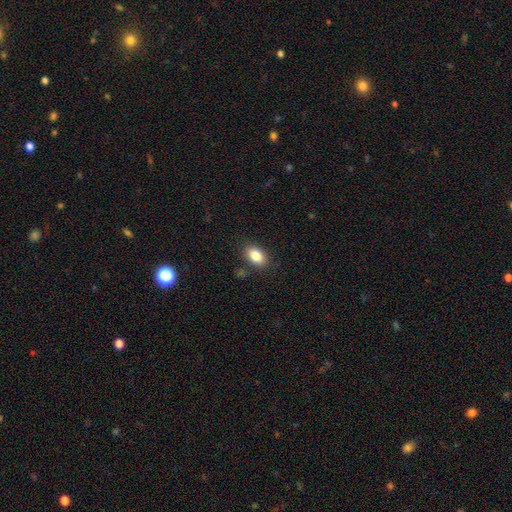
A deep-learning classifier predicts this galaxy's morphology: This appears to be a smooth galaxy with no disk features (84%) that is in between round and cigar-shaped (89%). Merging: none (85%).